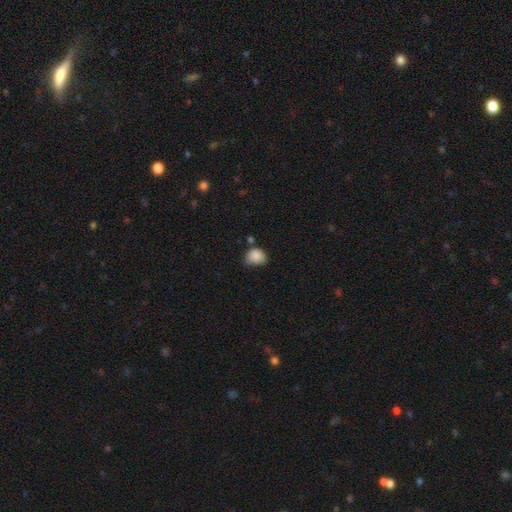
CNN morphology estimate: Overall: smooth (85%). How rounded: round (58%; in between 41%). Merging: none (43%; minor disturbance 40%).